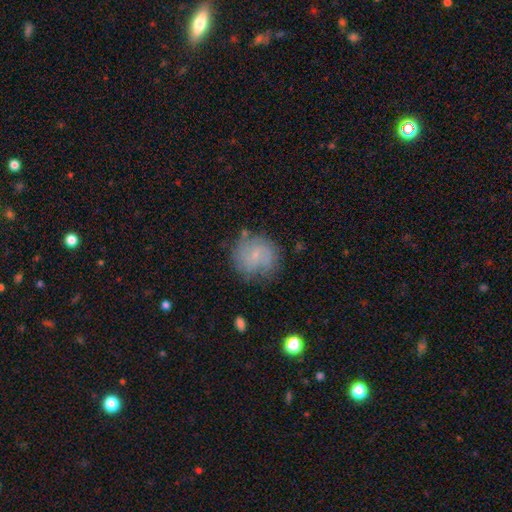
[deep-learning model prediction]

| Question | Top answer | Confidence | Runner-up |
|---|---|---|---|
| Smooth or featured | smooth | 49% | featured or disk (42%) |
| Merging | none | 70% | minor disturbance (20%) |